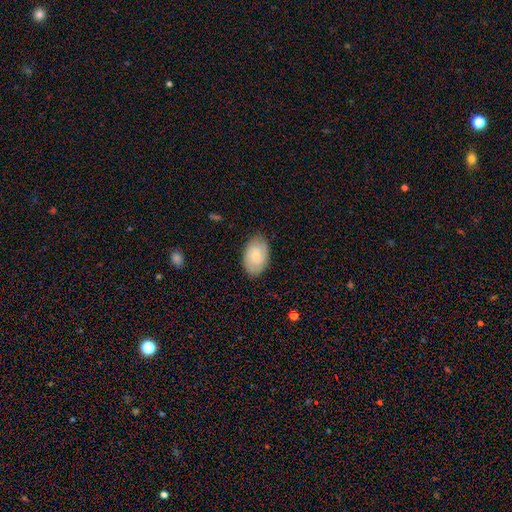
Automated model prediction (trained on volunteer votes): Q: Smooth or featured?
A: smooth (64%); runner-up: featured or disk (29%)
Q: How rounded?
A: in between (91%); runner-up: round (7%)
Q: Merging?
A: none (82%); runner-up: minor disturbance (14%)